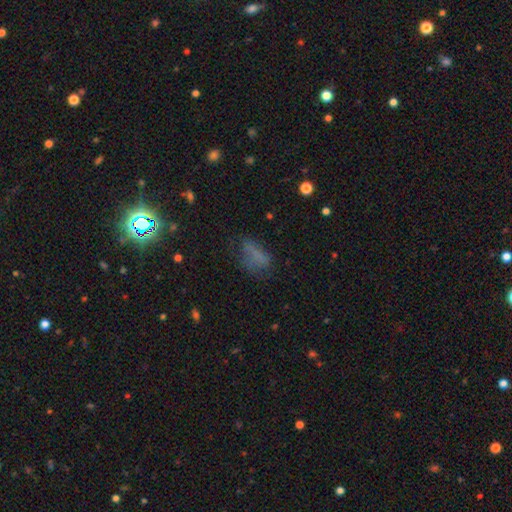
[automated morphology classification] Q: Smooth or featured?
A: smooth (59%); runner-up: star or artifact (22%)
Q: How rounded?
A: in between (74%); runner-up: cigar-shaped (17%)
Q: Merging?
A: none (46%); runner-up: minor disturbance (27%)